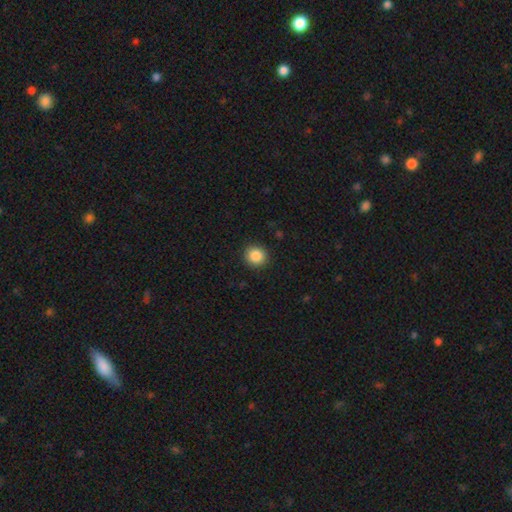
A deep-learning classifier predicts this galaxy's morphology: Overall: smooth (87%). How rounded: round (92%). Merging: none (91%).